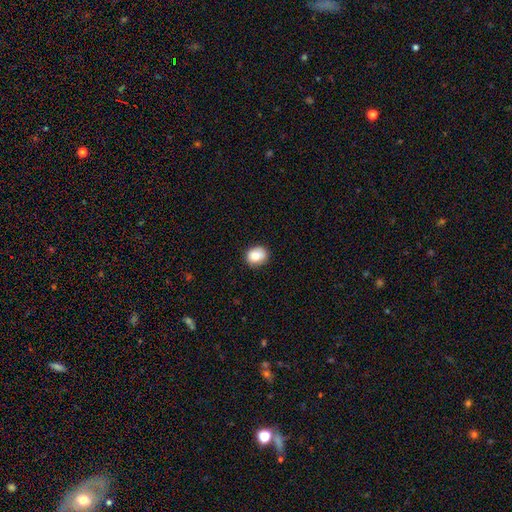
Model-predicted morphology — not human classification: Smooth or featured?
  - smooth: 85% *
  - star or artifact: 9%
  - featured or disk: 7%
How rounded?
  - round: 62% *
  - in between: 37%
  - cigar-shaped: 1%
Merging?
  - none: 82% *
  - minor disturbance: 14%
  - major disturbance: 3%
  - merger: 1%